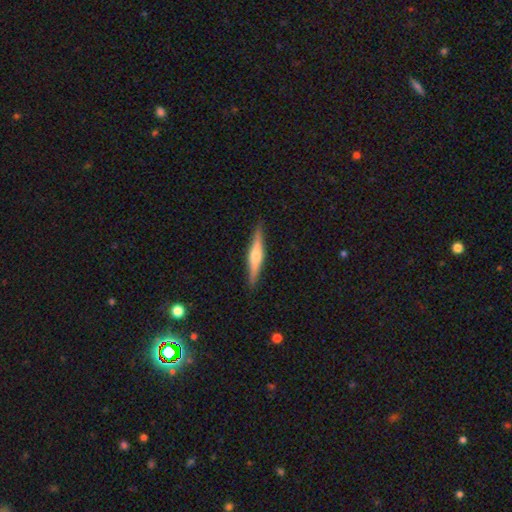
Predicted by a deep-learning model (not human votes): Overall: featured or disk (63%; smooth 32%). Edge-on disk: yes (97%). Edge-on bulge: rounded (86%). Merging: none (90%).